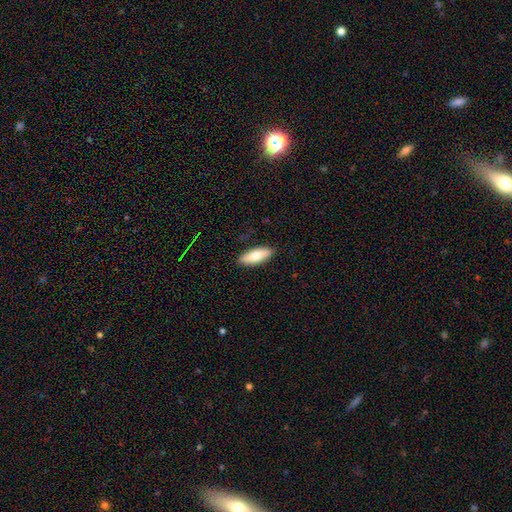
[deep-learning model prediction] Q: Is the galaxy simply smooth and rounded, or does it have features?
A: smooth — 71%.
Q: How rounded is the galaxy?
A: in between — 70%.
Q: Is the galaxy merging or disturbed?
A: none — 88%.